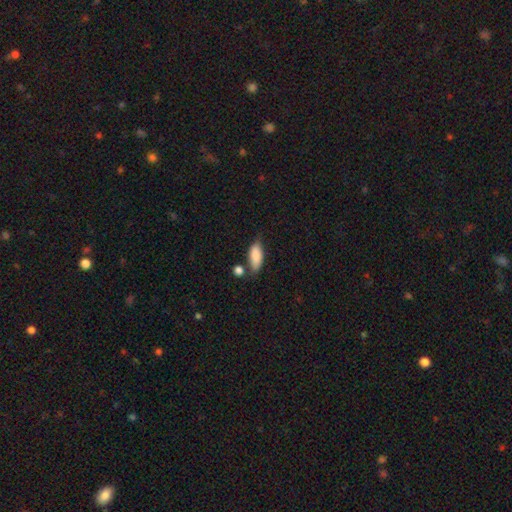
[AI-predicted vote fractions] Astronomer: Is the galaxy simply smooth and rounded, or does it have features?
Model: smooth — 85%.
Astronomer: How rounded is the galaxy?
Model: in between — 84%.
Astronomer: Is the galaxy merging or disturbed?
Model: none — 61%.